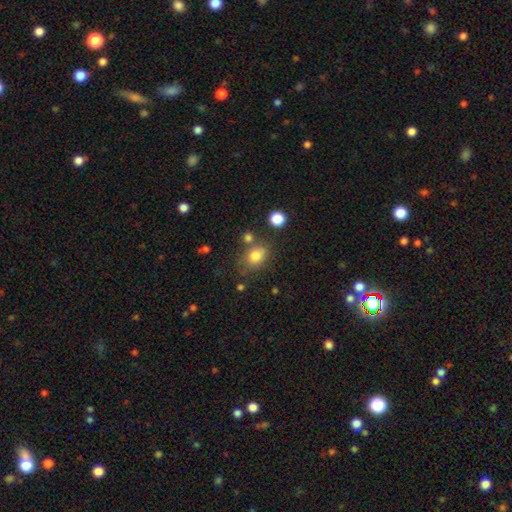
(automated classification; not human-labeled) Q: Smooth or featured?
A: smooth (80%); runner-up: star or artifact (11%)
Q: How rounded?
A: round (50%); runner-up: in between (49%)
Q: Merging?
A: none (63%); runner-up: minor disturbance (17%)